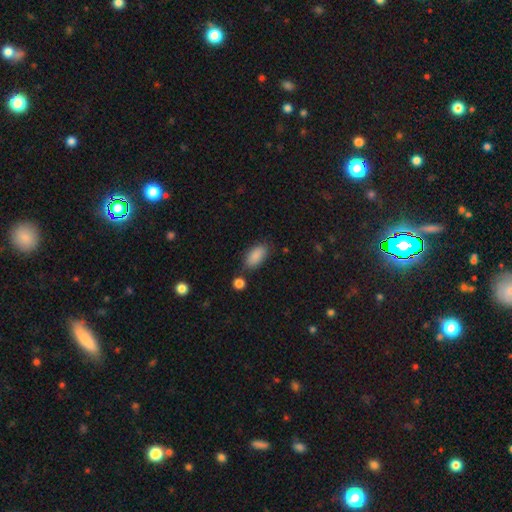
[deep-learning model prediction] smooth_or_featured: smooth (p=0.88) [alt: star or artifact p=0.07]
how_rounded: in between (p=0.92) [alt: cigar-shaped p=0.05]
merging: none (p=0.73) [alt: minor disturbance p=0.16]